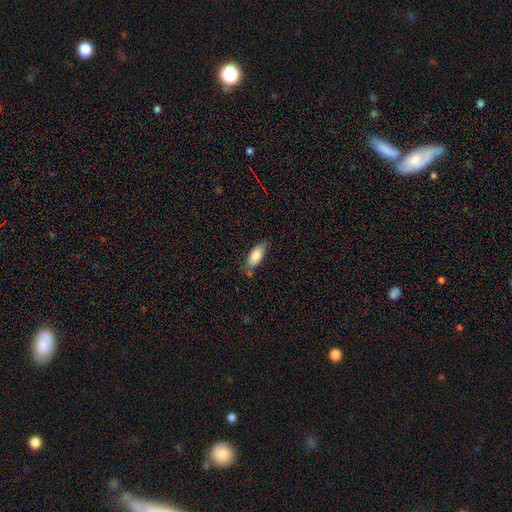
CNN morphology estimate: type=smooth (83%); roundness=in between (84%); merging=none (69%).